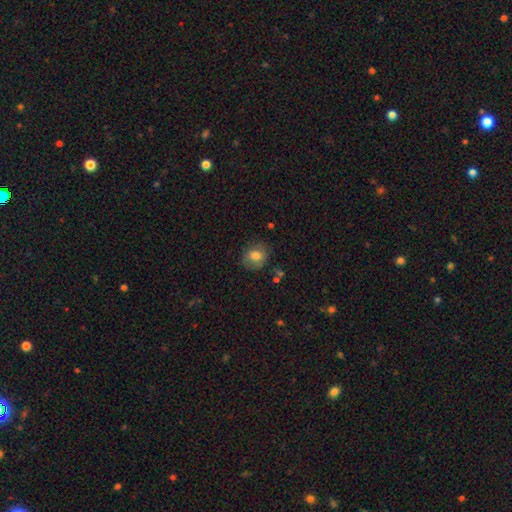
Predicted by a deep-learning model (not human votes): This appears to be a smooth galaxy with no disk features (74%) that is round (62%). Merging: none (74%).